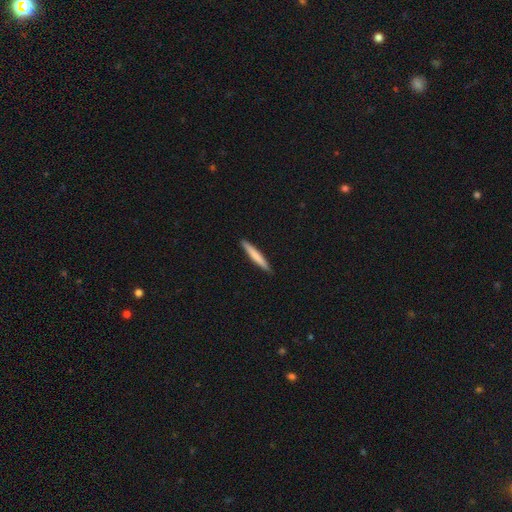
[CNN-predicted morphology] Smooth or featured? smooth (70%)
How rounded? cigar-shaped (96%)
Merging? none (91%)